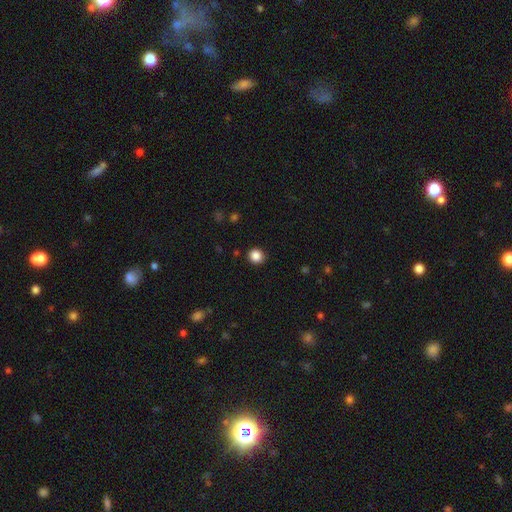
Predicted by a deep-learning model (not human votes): smooth 86%, star or artifact 11%, featured or disk 3%. Down the decision tree: how rounded — round (89%); merging — none (91%).